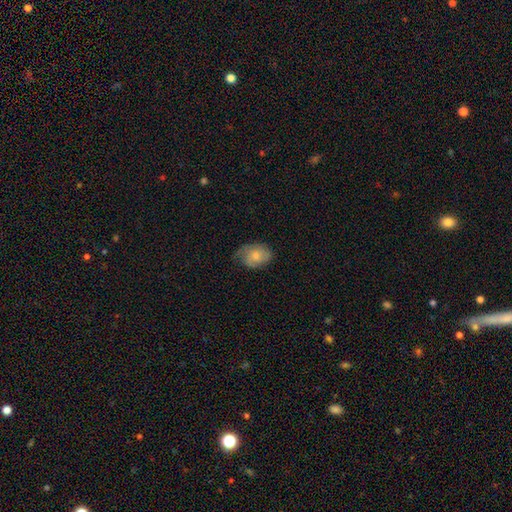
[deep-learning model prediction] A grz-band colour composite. It shows a smooth galaxy with no disk features (64%) that is in between round and cigar-shaped (69%). Merging: none (56%).